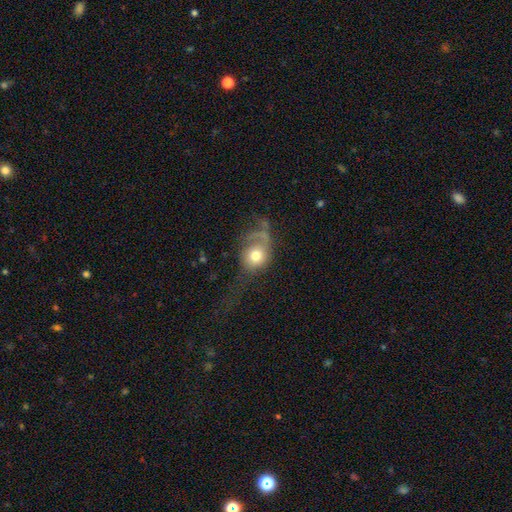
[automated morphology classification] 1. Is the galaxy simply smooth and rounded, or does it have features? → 62% smooth, 29% featured or disk, 9% star or artifact.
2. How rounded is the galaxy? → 61% round, 37% in between, 2% cigar-shaped.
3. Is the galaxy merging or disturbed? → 46% major disturbance, 28% none, 20% minor disturbance, 5% merger.